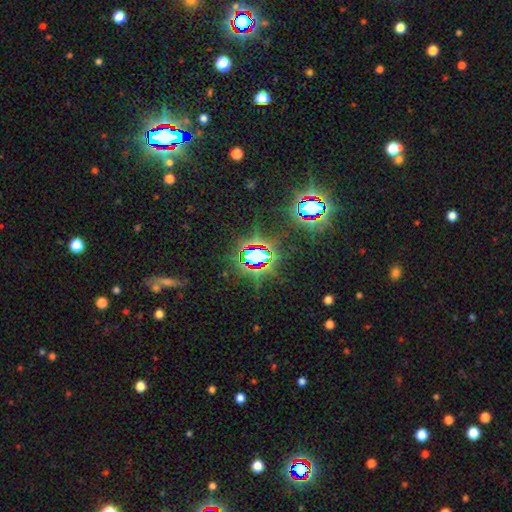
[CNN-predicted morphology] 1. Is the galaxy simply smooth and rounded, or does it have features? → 78% star or artifact, 13% smooth, 9% featured or disk.